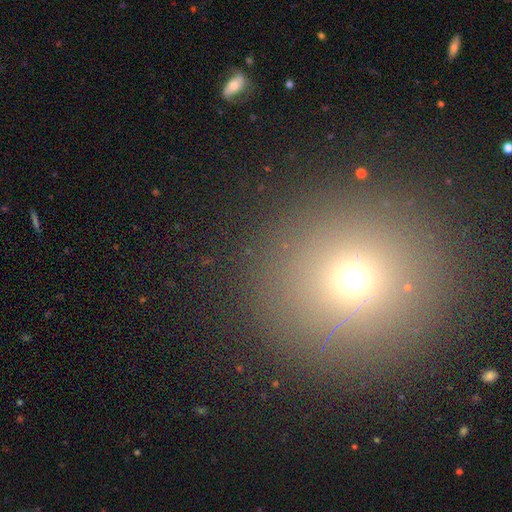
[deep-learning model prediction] A smooth galaxy with no disk features (67%) that is round (93%). Merging: none (89%).